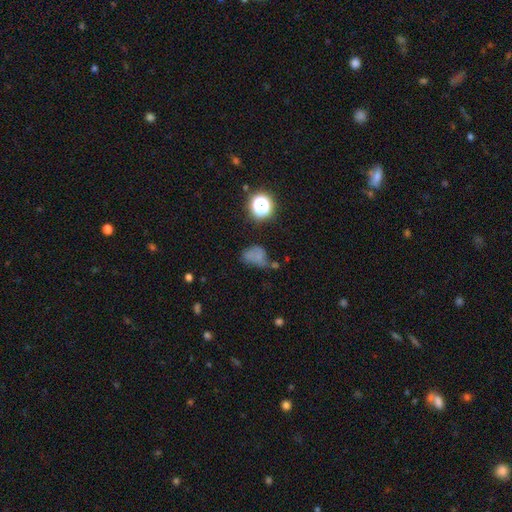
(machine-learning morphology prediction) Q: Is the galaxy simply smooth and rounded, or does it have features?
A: smooth — 57%.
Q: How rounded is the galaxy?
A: in between — 65%.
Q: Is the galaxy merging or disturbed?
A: none — 34%.